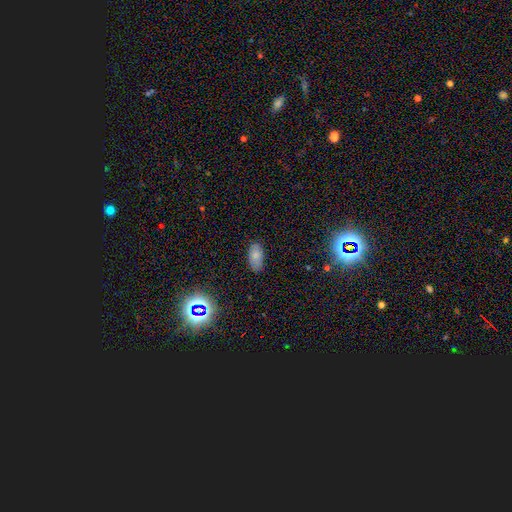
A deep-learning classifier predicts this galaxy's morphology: Overall: smooth (77%). How rounded: in between (93%). Merging: none (82%).